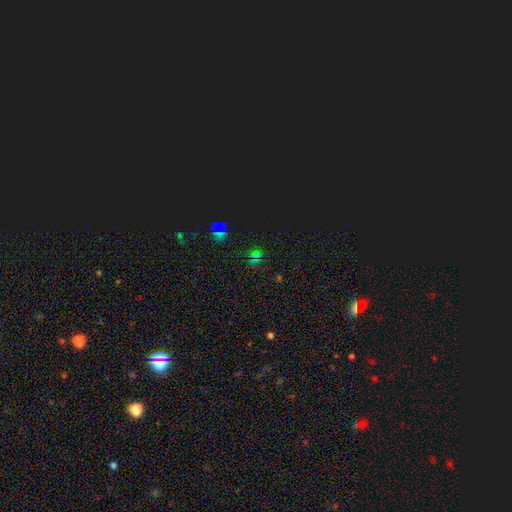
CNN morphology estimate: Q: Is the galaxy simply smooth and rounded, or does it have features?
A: star or artifact — 65%.